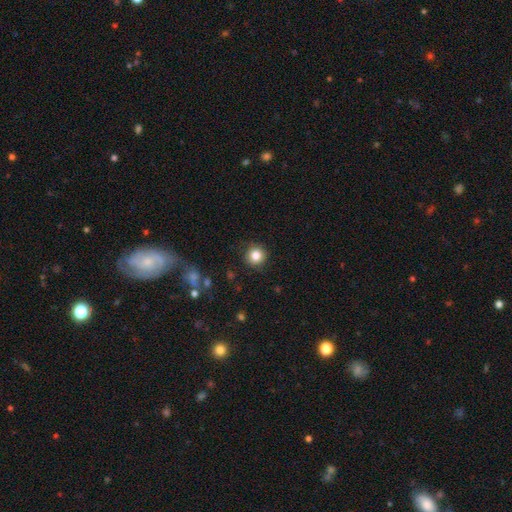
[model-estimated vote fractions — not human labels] Smooth or featured: smooth — 83% (star or artifact — 11%)
How rounded: round — 94% (in between — 5%)
Merging: none — 89% (minor disturbance — 7%)